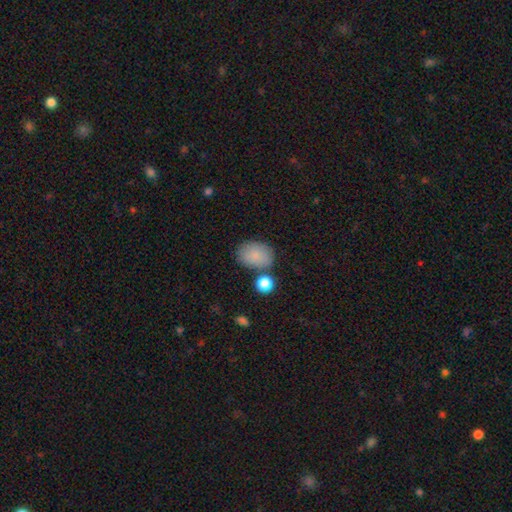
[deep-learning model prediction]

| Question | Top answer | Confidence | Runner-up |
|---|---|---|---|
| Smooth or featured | smooth | 86% | star or artifact (8%) |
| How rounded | in between | 73% | round (26%) |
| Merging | none | 71% | minor disturbance (16%) |